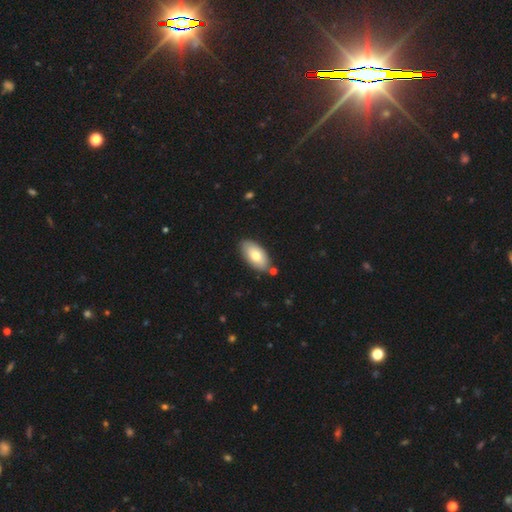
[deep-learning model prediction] smooth-or-featured: smooth: 73% | featured or disk: 22% | star or artifact: 6%
  how-rounded: in between: 93% | cigar-shaped: 4% | round: 2%
  merging: none: 80% | minor disturbance: 12% | merger: 6% | major disturbance: 2%